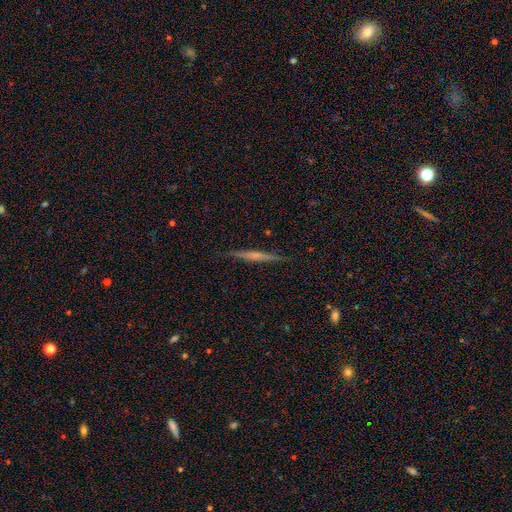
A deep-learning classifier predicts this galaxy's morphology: This is likely a featured or disk galaxy (61%). It is clearly viewed edge-on (98%). Edge-on bulge: possibly none (46%). Merging: clearly none (89%).